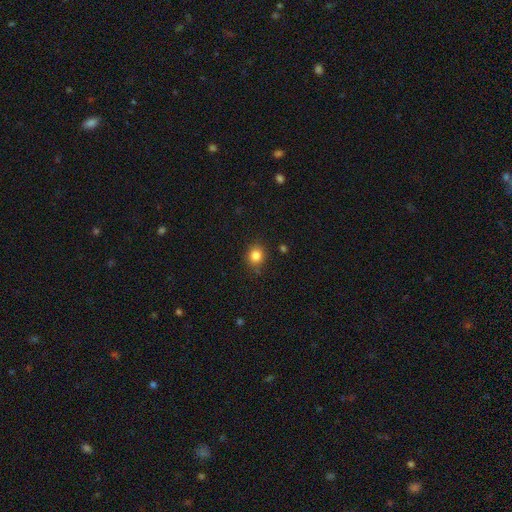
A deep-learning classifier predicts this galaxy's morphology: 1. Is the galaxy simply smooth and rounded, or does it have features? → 84% smooth, 11% star or artifact, 5% featured or disk.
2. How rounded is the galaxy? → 77% round, 22% in between, 1% cigar-shaped.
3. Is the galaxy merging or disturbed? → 85% none, 11% minor disturbance, 3% major disturbance, 2% merger.